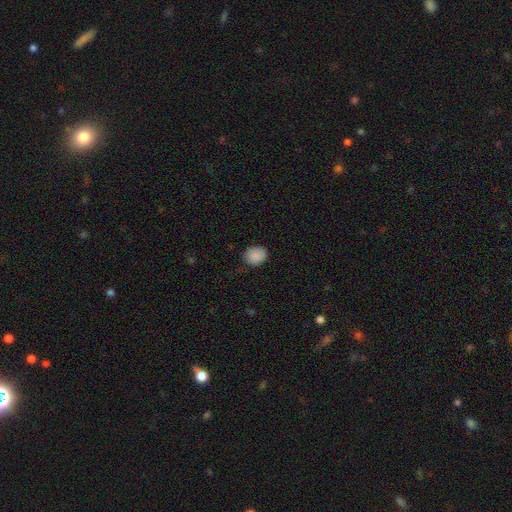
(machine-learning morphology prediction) Smooth or featured? smooth (88%)
How rounded? round (61%)
Merging? none (78%)